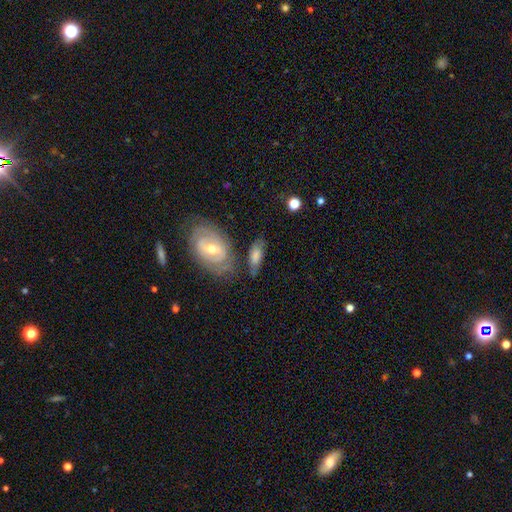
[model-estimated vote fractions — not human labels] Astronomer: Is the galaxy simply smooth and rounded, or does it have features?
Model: smooth — 57% (runner-up: featured or disk, 36%).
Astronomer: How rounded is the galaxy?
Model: in between — 79%.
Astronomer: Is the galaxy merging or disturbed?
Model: none — 55%.